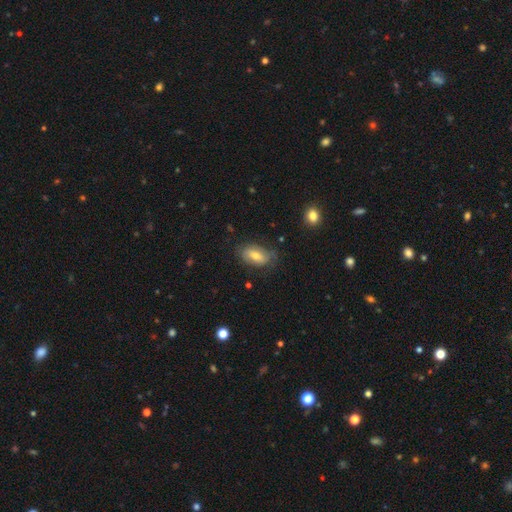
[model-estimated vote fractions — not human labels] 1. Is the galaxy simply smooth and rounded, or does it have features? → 63% smooth, 29% featured or disk, 9% star or artifact.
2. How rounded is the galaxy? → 90% in between, 5% round, 5% cigar-shaped.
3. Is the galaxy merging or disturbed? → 69% none, 23% minor disturbance, 7% major disturbance, 2% merger.